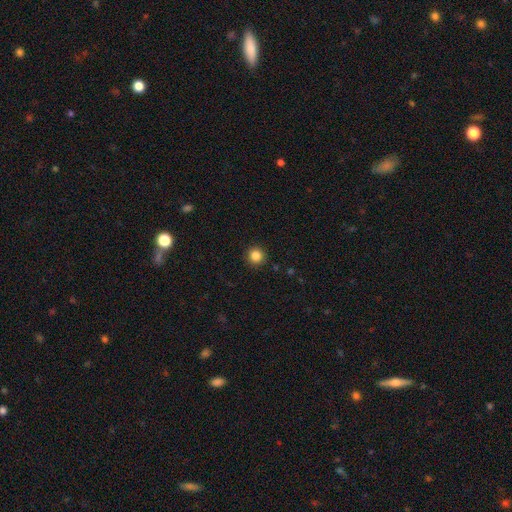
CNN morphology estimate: The model was most divided on "smooth or featured": smooth: 85%, star or artifact: 11%, featured or disk: 4%. More confident: how rounded — round (95%); merging — none (92%).